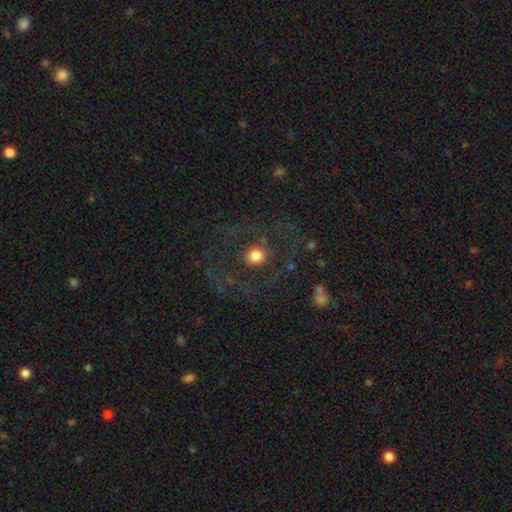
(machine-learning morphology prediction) smooth 59%, featured or disk 26%, star or artifact 15%. Down the decision tree: how rounded — round (85%); merging — none (71%).